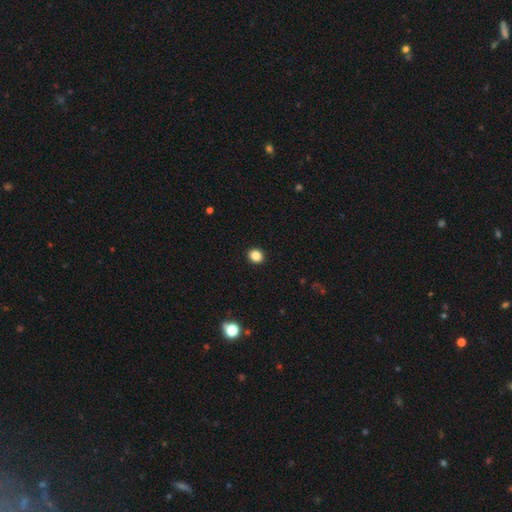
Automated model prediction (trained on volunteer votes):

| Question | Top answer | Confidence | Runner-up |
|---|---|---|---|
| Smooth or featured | smooth | 86% | star or artifact (11%) |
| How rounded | round | 70% | in between (29%) |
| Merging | none | 93% | minor disturbance (5%) |